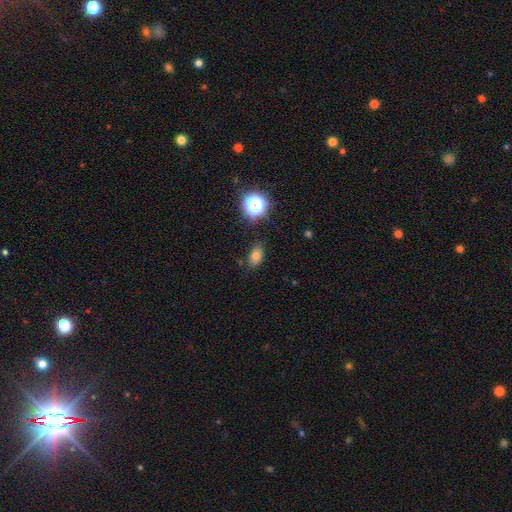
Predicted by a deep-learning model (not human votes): Overall: smooth (74%). How rounded: in between (82%). Merging: none (81%).